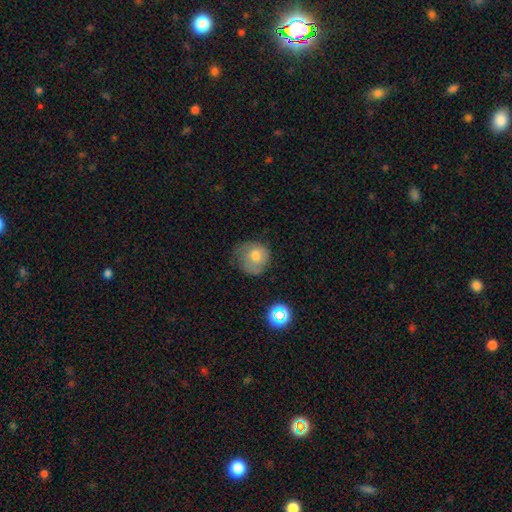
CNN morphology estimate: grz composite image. It shows a smooth galaxy with no disk features (68%) that is round (83%). Merging: none (48%).